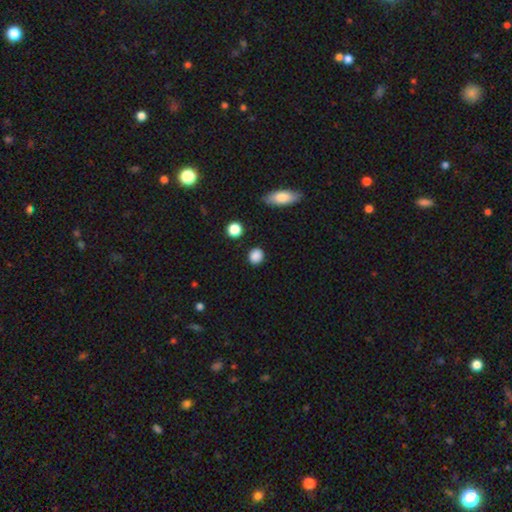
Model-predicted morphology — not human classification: type=smooth (87%); roundness=round (76%); merging=none (88%).